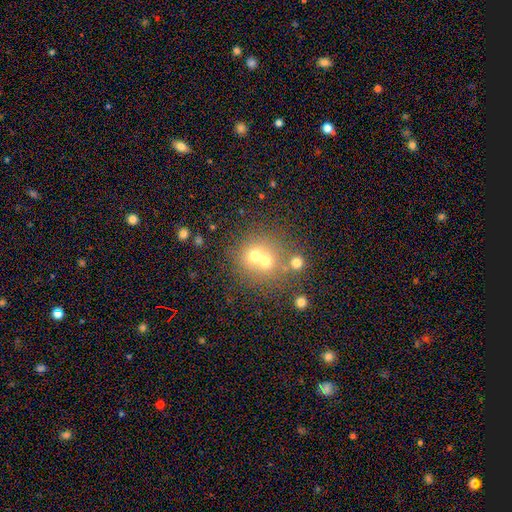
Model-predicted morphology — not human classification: type=smooth (62%); roundness=round (85%); merging=merger (49%).